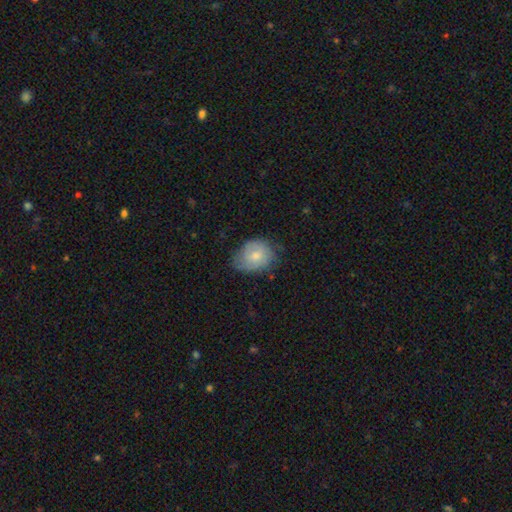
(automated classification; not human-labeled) A smooth galaxy with no disk features (67%) that is in between round and cigar-shaped (58%). Merging: none (56%).